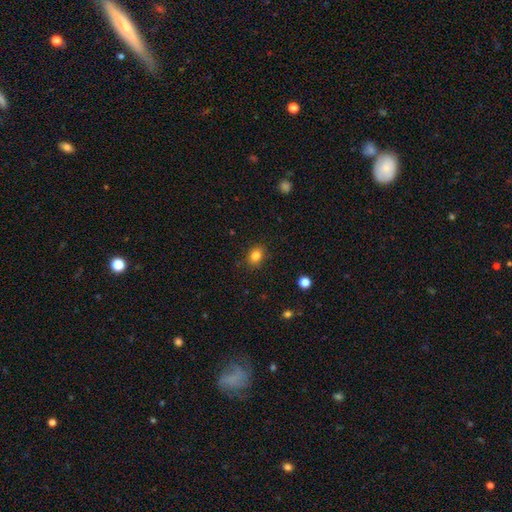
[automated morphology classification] This appears to be a smooth galaxy with no disk features (83%) that is in between round and cigar-shaped (58%). Merging: none (85%).